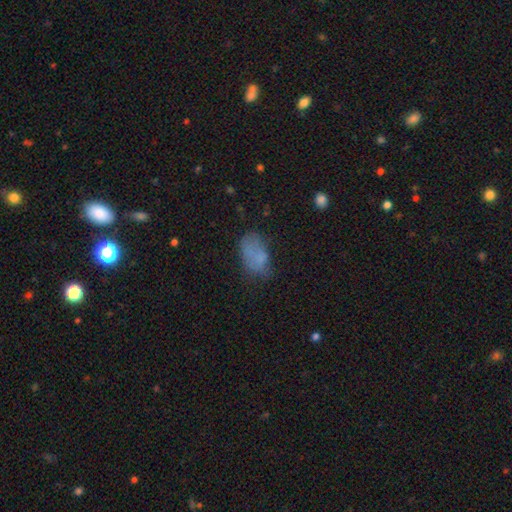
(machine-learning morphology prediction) This is likely a smooth galaxy (69%). How rounded: clearly in between (90%). Merging: possibly none (46%).